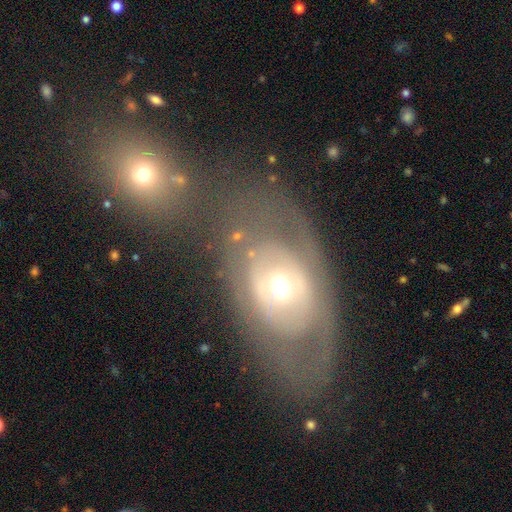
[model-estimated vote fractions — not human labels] A featured or disk galaxy (61%) with no bar (74%), no spiral arms (69%) and a moderate central bulge (64%). Merging: none (62%).